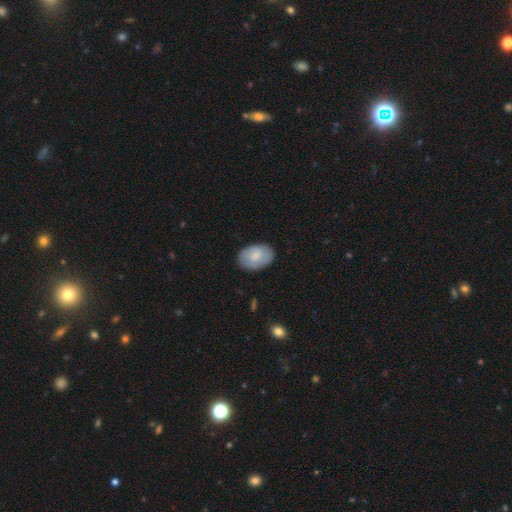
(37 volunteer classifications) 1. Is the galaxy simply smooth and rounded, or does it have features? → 65% smooth, 30% featured or disk, 5% star or artifact.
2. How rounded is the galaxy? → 83% in between, 12% round, 4% cigar-shaped.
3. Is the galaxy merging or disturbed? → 89% none, 9% minor disturbance, 3% merger, 0% major disturbance.